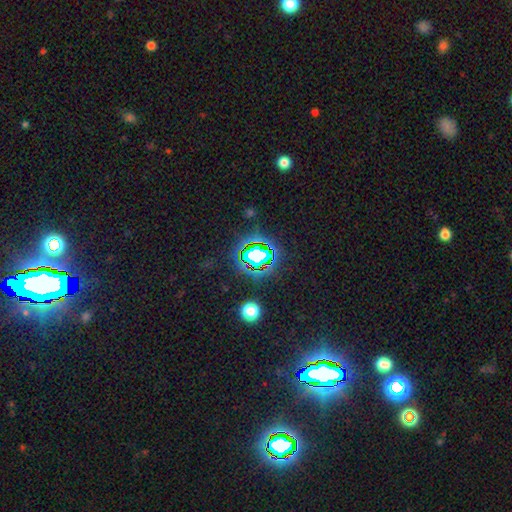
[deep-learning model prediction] This is likely a star or artifact rather than a galaxy (70%).